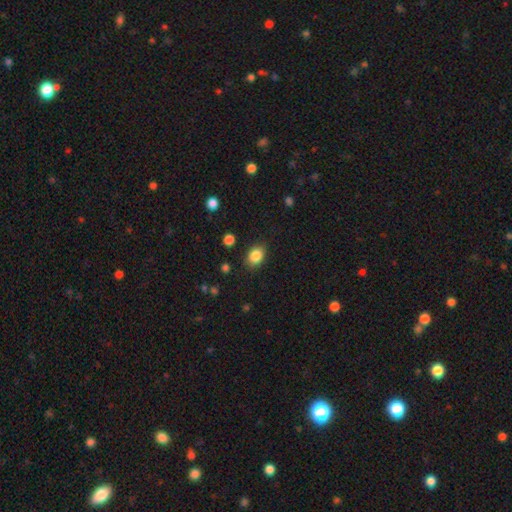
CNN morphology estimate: Q: Smooth or featured?
A: smooth (85%); runner-up: star or artifact (9%)
Q: How rounded?
A: in between (64%); runner-up: round (34%)
Q: Merging?
A: none (84%); runner-up: minor disturbance (12%)